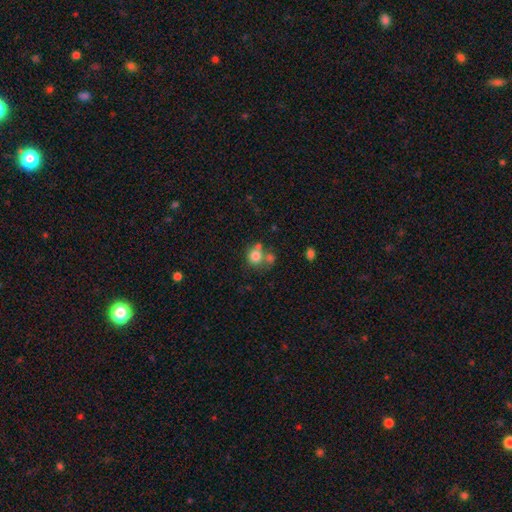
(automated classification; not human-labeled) A smooth galaxy with no disk features (78%) that is round (84%).

Vote fractions:
- Smooth or featured? smooth: 78% / star or artifact: 11% / featured or disk: 11%
- How rounded? round: 84% / in between: 15% / cigar-shaped: 1%
- Merging? none: 49% / merger: 34% / minor disturbance: 11% / major disturbance: 6%